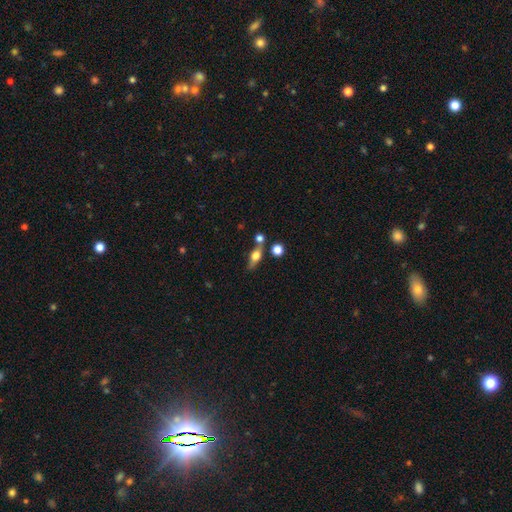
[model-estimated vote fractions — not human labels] A smooth galaxy with no disk features (57%) that is in between round and cigar-shaped (58%).

Vote fractions:
- Smooth or featured? smooth: 57% / featured or disk: 33% / star or artifact: 10%
- How rounded? in between: 58% / cigar-shaped: 26% / round: 17%
- Merging? none: 62% / merger: 17% / minor disturbance: 15% / major disturbance: 6%